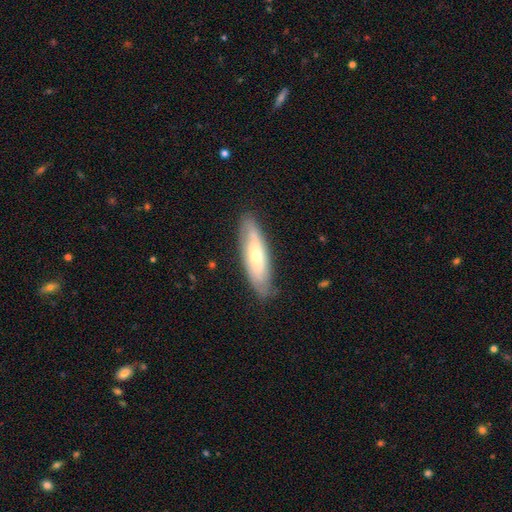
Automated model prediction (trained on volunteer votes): A smooth galaxy with no disk features (47%). Merging: none (83%).